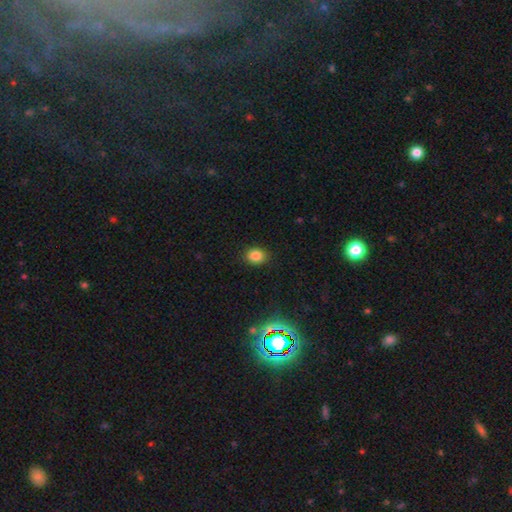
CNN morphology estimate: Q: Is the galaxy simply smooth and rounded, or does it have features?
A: smooth — 84%.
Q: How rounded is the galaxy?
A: round — 54%.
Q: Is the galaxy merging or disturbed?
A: none — 89%.